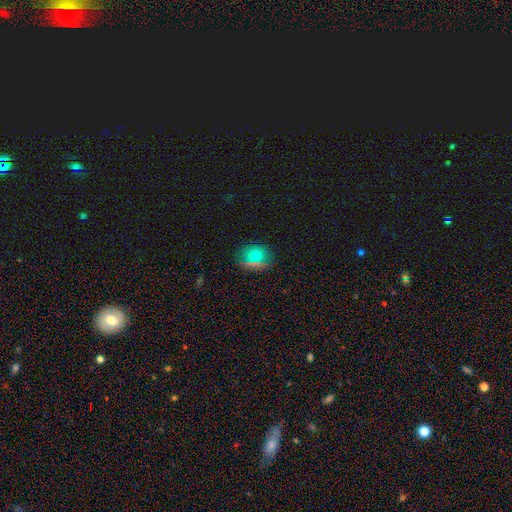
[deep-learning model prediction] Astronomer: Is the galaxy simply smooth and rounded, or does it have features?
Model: smooth — 72%.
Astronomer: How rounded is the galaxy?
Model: round — 55% (runner-up: in between, 42%).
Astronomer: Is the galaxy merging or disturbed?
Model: none — 81%.